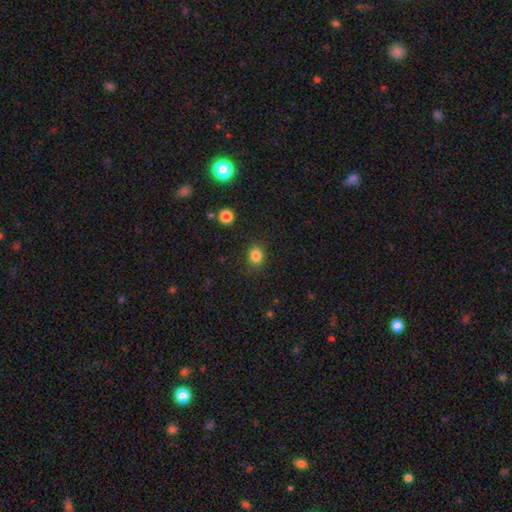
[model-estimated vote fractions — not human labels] A smooth galaxy with no disk features (84%) that is round (53%). Merging: none (87%).